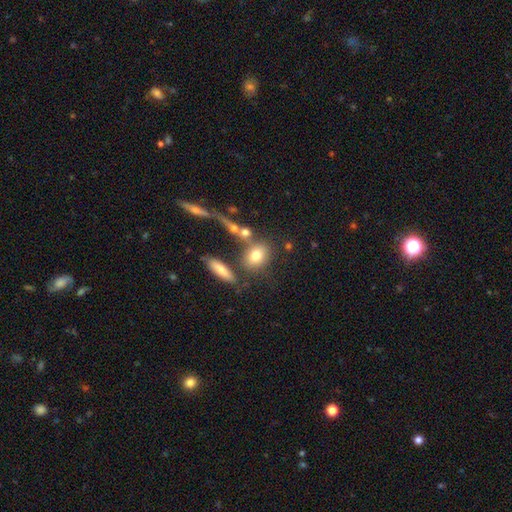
Q: Smooth or featured?
A: smooth (74%); runner-up: featured or disk (23%)
Q: How rounded?
A: in between (66%); runner-up: round (34%)
Q: Merging?
A: none (37%); tied with: merger (37%)